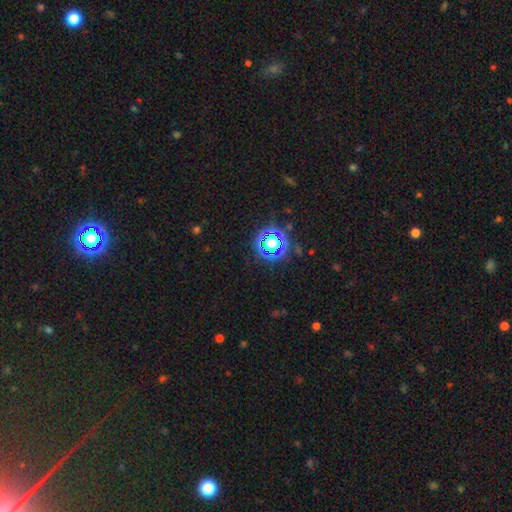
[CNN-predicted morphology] This appears to be a star or artifact, not a galaxy (80%).